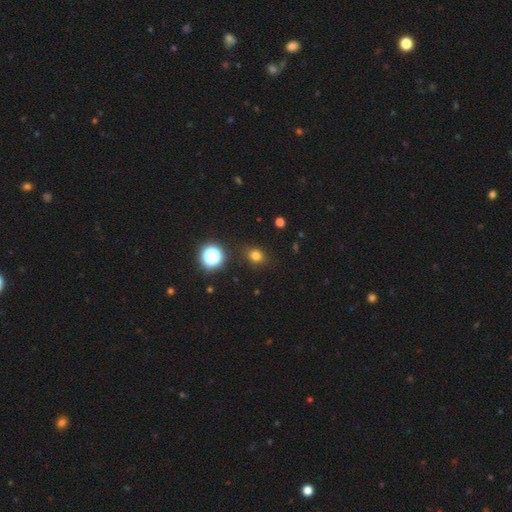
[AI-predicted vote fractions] This appears to be a smooth galaxy with no disk features (75%) that is round (68%). Merging: none (87%).